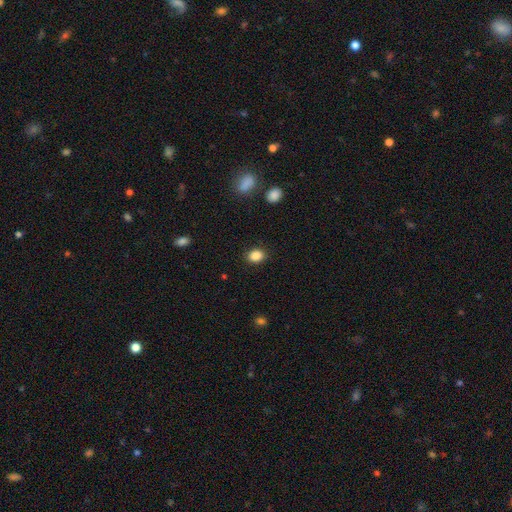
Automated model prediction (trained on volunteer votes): Smooth or featured: smooth — 87% (star or artifact — 9%)
How rounded: in between — 52% (round — 47%)
Merging: none — 89% (minor disturbance — 8%)